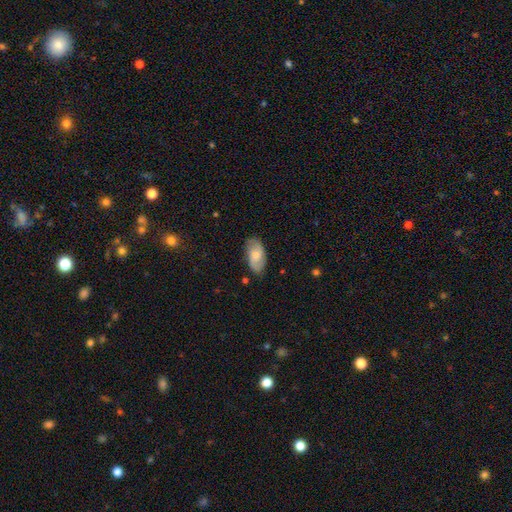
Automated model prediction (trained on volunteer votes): A smooth galaxy with no disk features (60%) that is in between round and cigar-shaped (93%).

Vote fractions:
- Smooth or featured? smooth: 60% / featured or disk: 33% / star or artifact: 7%
- How rounded? in between: 93% / round: 3% / cigar-shaped: 3%
- Merging? none: 77% / minor disturbance: 18% / major disturbance: 4% / merger: 1%